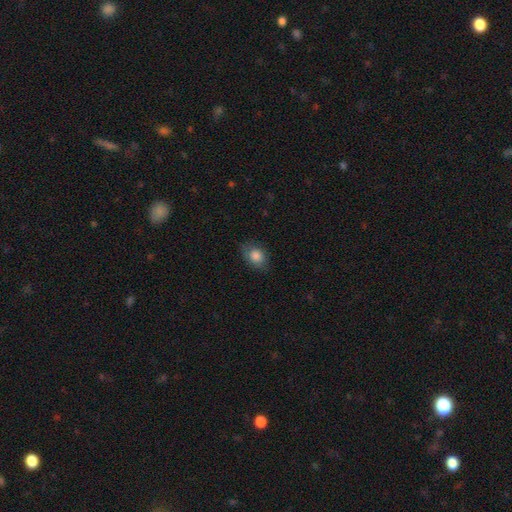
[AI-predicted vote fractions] The model was most divided on "how rounded": in between: 71%, round: 28%, cigar-shaped: 2%. More confident: smooth or featured — smooth (83%); merging — none (76%).